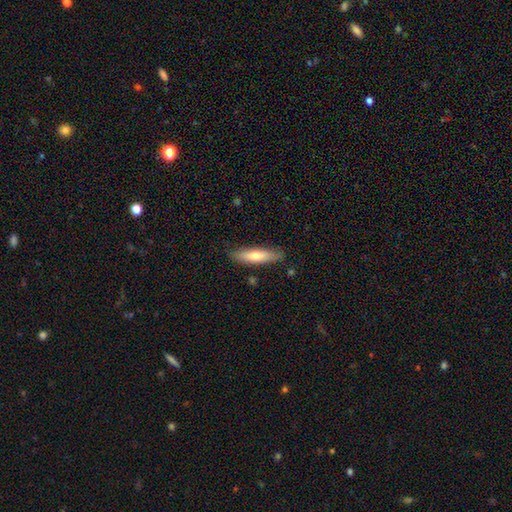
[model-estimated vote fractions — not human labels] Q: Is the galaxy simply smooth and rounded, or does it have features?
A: smooth — 68%.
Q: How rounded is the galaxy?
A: cigar-shaped — 75%.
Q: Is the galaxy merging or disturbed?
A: none — 83%.